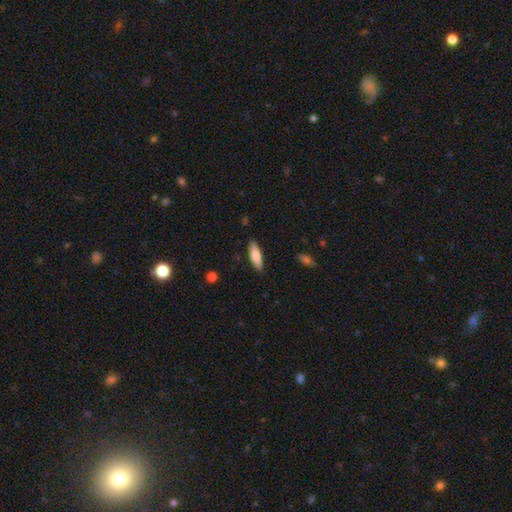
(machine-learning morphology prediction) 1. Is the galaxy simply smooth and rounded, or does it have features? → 80% smooth, 14% featured or disk, 6% star or artifact.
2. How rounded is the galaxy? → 52% cigar-shaped, 46% in between, 2% round.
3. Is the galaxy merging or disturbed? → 87% none, 9% minor disturbance, 2% major disturbance, 1% merger.